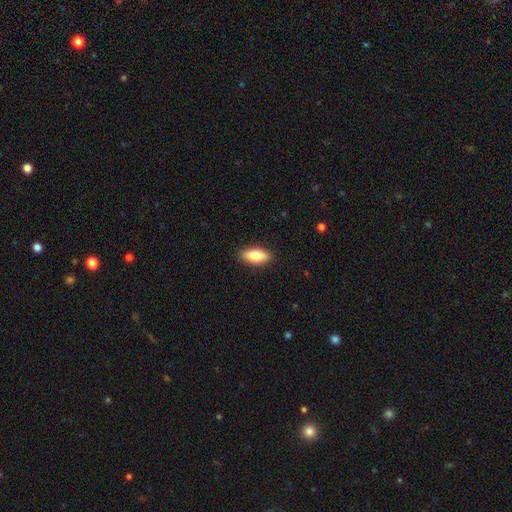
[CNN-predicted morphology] Overall: smooth (85%). How rounded: in between (82%). Merging: none (89%).